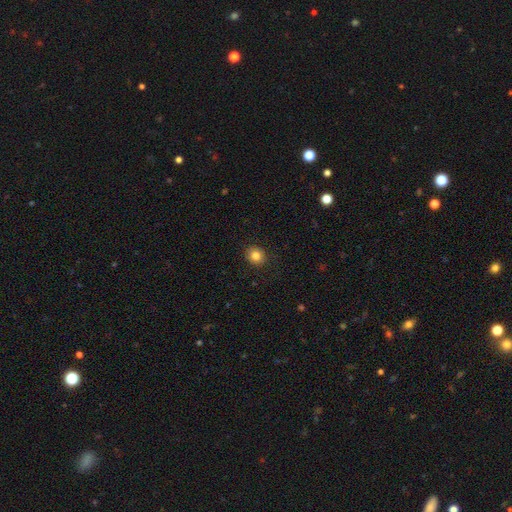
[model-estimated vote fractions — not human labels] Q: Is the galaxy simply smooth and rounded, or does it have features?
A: smooth — 83%.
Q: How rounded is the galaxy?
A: round — 79%.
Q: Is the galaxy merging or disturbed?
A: none — 90%.